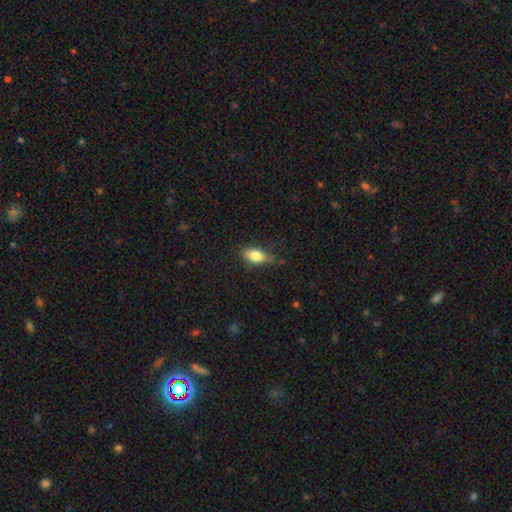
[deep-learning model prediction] smooth 80%, featured or disk 12%, star or artifact 8%. Down the decision tree: how rounded — in between (85%); merging — none (69%).